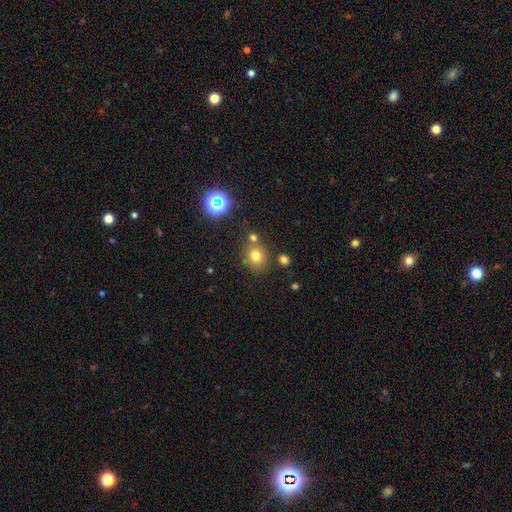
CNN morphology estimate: Smooth or featured?
  - smooth: 73% *
  - star or artifact: 18%
  - featured or disk: 10%
How rounded?
  - round: 73% *
  - in between: 26%
  - cigar-shaped: 1%
Merging?
  - none: 72% *
  - merger: 14%
  - minor disturbance: 11%
  - major disturbance: 4%